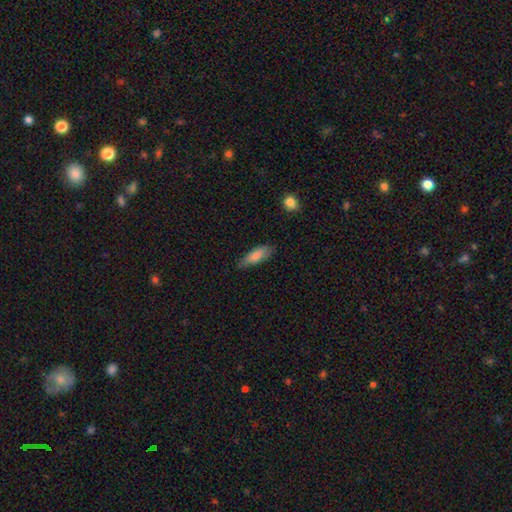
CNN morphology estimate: Smooth or featured? smooth (76%)
How rounded? in between (52%)
Merging? none (74%)